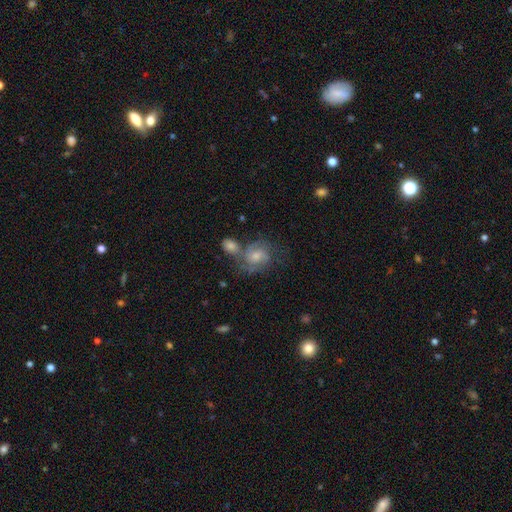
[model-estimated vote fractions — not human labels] Morphology: type=smooth (41%); merging=none (62%).